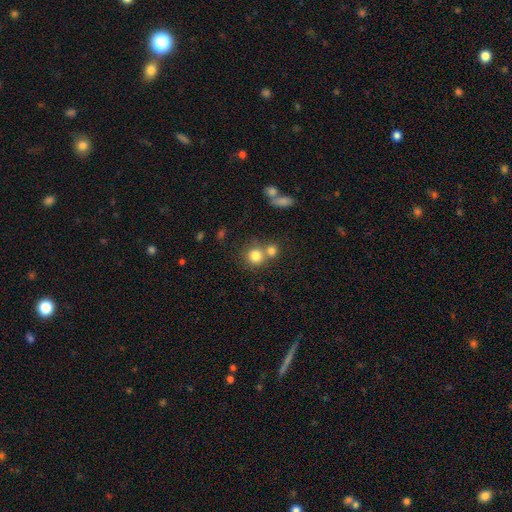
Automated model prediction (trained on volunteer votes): This appears to be a smooth galaxy with no disk features (80%) that is round (88%). Merging: none (52%).